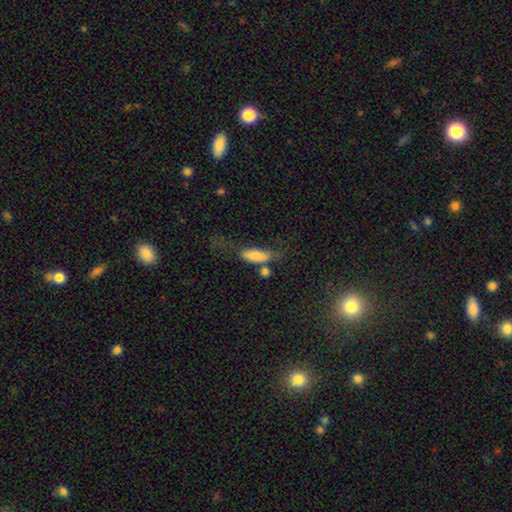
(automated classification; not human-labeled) smooth-or-featured: smooth: 81% | featured or disk: 10% | star or artifact: 9%
  how-rounded: in between: 61% | cigar-shaped: 35% | round: 4%
  merging: none: 40% | minor disturbance: 24% | major disturbance: 18% | merger: 17%